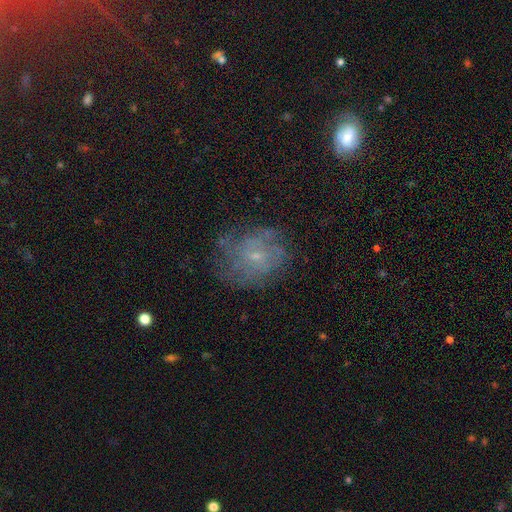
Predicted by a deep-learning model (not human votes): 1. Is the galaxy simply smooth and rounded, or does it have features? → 55% featured or disk, 29% smooth, 16% star or artifact.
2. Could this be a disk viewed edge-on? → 97% no, 3% yes.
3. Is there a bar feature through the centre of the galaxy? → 73% no, 24% weak, 4% strong.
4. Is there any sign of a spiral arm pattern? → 72% yes, 28% no.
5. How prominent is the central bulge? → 74% small, 17% moderate, 7% none, 1% large, 1% dominant.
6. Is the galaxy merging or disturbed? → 67% none, 20% minor disturbance, 11% major disturbance, 2% merger.